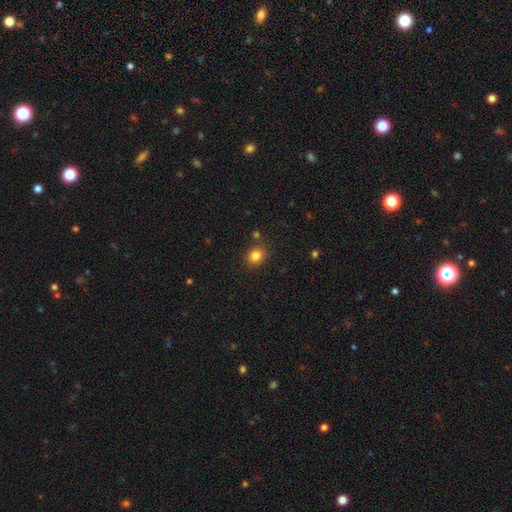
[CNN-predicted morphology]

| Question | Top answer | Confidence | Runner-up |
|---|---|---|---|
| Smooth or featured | smooth | 83% | star or artifact (11%) |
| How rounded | round | 64% | in between (35%) |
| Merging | none | 82% | minor disturbance (10%) |